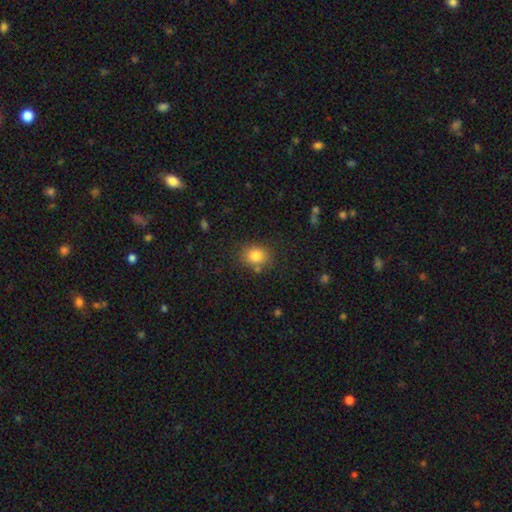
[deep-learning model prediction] A smooth galaxy with no disk features (83%) that is round (58%).

Vote fractions:
- Smooth or featured? smooth: 83% / star or artifact: 10% / featured or disk: 7%
- How rounded? round: 58% / in between: 41% / cigar-shaped: 1%
- Merging? none: 78% / minor disturbance: 13% / merger: 5% / major disturbance: 4%